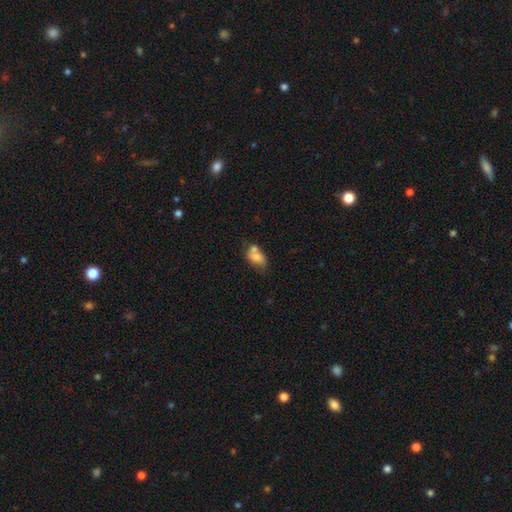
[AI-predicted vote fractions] Smooth or featured? smooth (70%)
How rounded? in between (85%)
Merging? merger (40%)